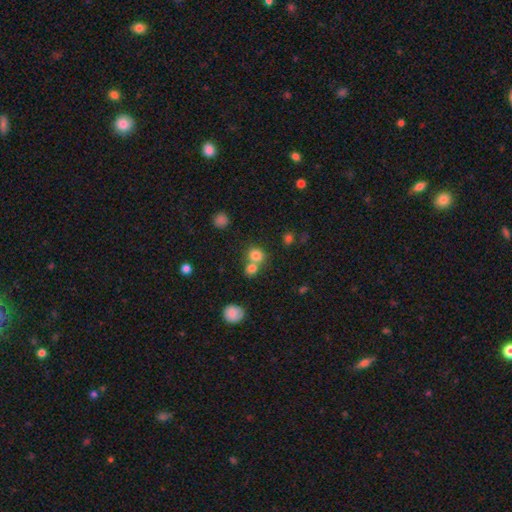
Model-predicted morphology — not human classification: A smooth galaxy with no disk features (79%) that is round (78%). Merging: none (46%).